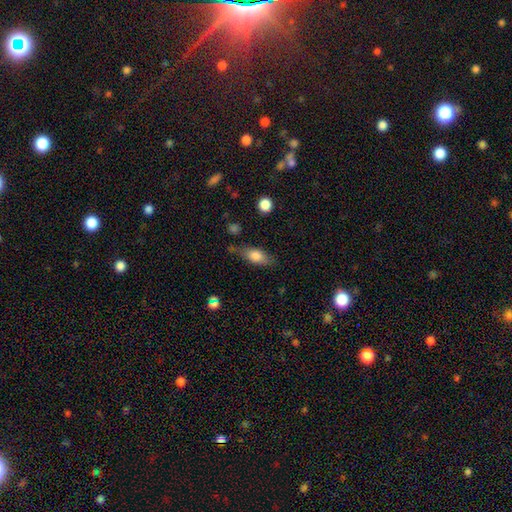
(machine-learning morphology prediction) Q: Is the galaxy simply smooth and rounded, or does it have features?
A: smooth — 74%.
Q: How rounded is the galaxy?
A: in between — 77%.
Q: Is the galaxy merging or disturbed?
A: none — 65%.